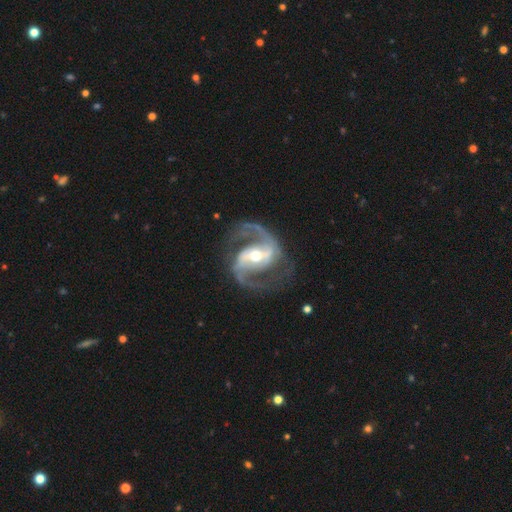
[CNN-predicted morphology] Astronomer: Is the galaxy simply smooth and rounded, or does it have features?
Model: featured or disk — 93%.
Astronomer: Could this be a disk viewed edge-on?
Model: no — 98%.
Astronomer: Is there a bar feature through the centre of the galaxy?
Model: strong — 51% (runner-up: weak, 34%).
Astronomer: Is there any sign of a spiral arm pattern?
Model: yes — 97%.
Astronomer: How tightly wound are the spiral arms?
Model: medium — 61%.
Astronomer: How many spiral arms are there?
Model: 2 — 93%.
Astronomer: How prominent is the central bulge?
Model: moderate — 68%.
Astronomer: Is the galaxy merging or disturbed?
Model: none — 77%.